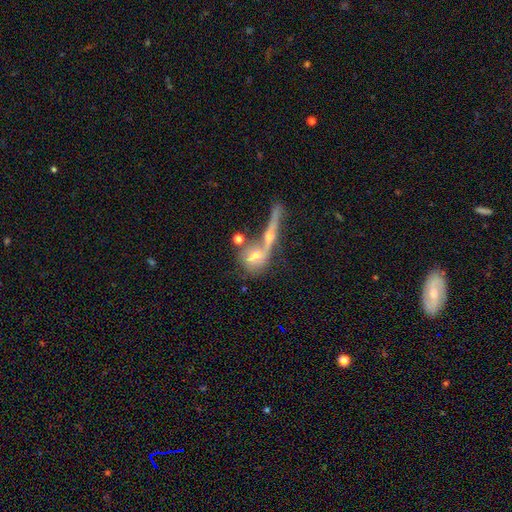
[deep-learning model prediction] Overall: smooth (40%; featured or disk 38%). Merging: merger (46%; none 35%).